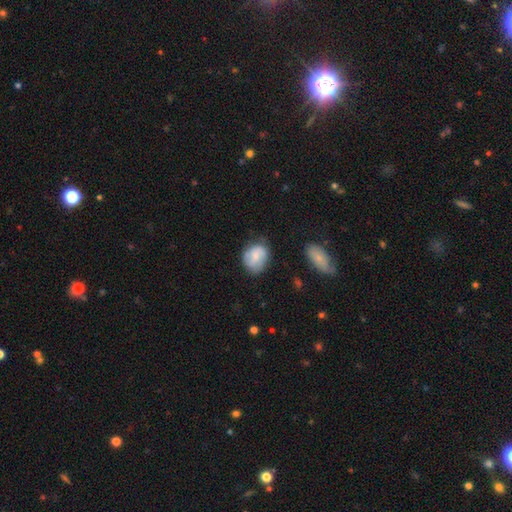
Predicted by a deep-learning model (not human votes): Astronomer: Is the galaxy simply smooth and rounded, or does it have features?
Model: smooth — 65%.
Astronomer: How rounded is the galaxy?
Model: in between — 51% (runner-up: round, 47%).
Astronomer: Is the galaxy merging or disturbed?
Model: none — 63%.